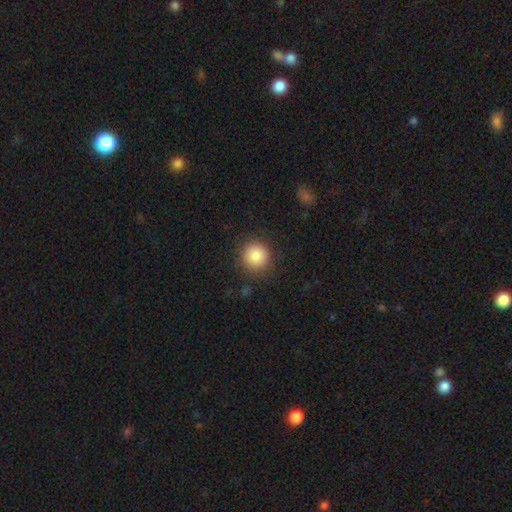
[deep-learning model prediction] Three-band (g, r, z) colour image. It shows a smooth galaxy with no disk features (85%) that is round (94%). Merging: none (88%).